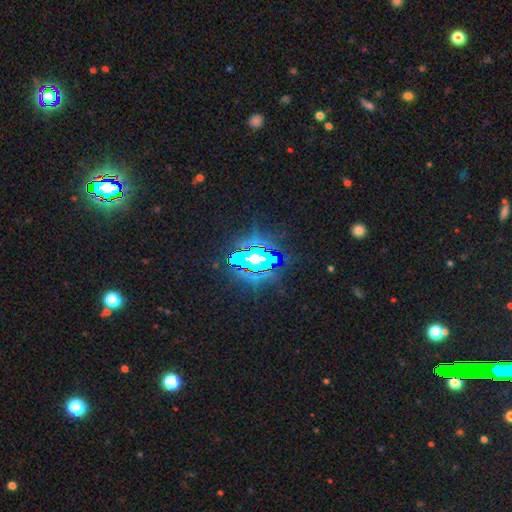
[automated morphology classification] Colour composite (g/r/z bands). It shows a star or artifact, not a galaxy (67%).